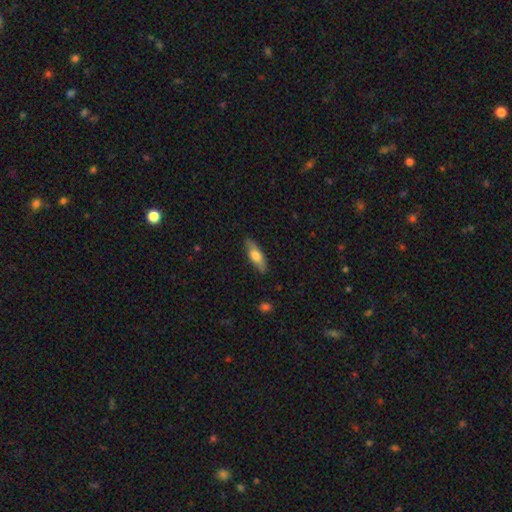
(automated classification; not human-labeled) smooth 65%, featured or disk 29%, star or artifact 6%. Down the decision tree: how rounded — in between (52%); merging — none (86%).